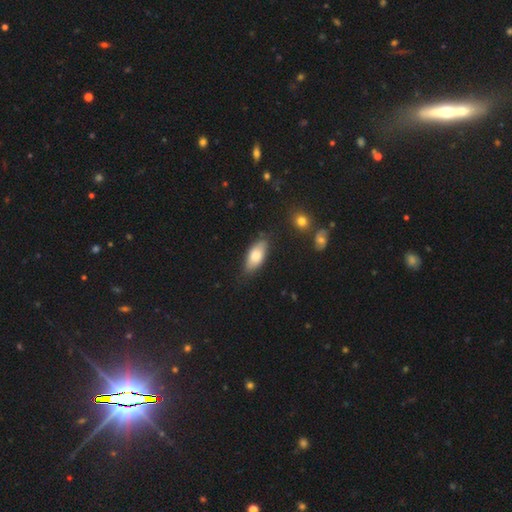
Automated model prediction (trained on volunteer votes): Q: Smooth or featured?
A: smooth (76%); runner-up: featured or disk (17%)
Q: How rounded?
A: in between (84%); runner-up: cigar-shaped (13%)
Q: Merging?
A: none (79%); runner-up: minor disturbance (16%)